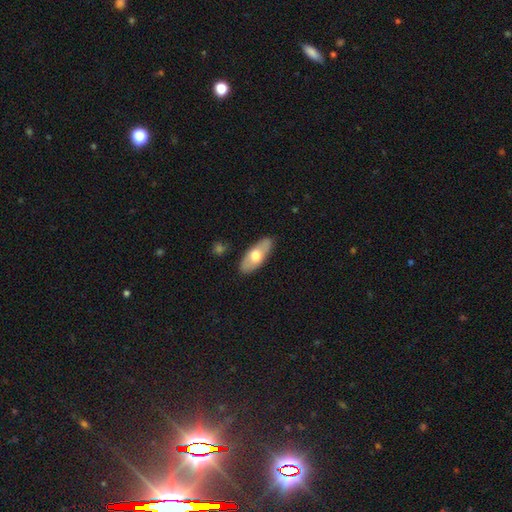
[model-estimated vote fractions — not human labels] Smooth or featured?
  - smooth: 59% *
  - featured or disk: 36%
  - star or artifact: 5%
How rounded?
  - in between: 81% *
  - cigar-shaped: 16%
  - round: 3%
Merging?
  - none: 85% *
  - minor disturbance: 11%
  - major disturbance: 2%
  - merger: 2%